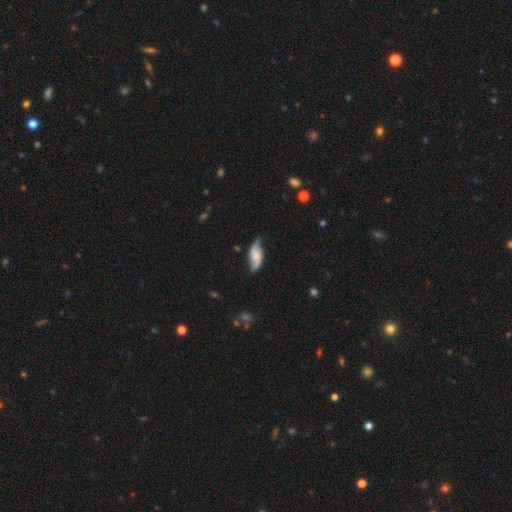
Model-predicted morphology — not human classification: featured or disk 63%, smooth 30%, star or artifact 7%. Down the decision tree: edge-on disk — no (90%); bar — no (46%); spiral arms — yes (90%); spiral arm count — 2 (89%); spiral winding — loose (74%); bulge size — none (40%); merging — none (60%).